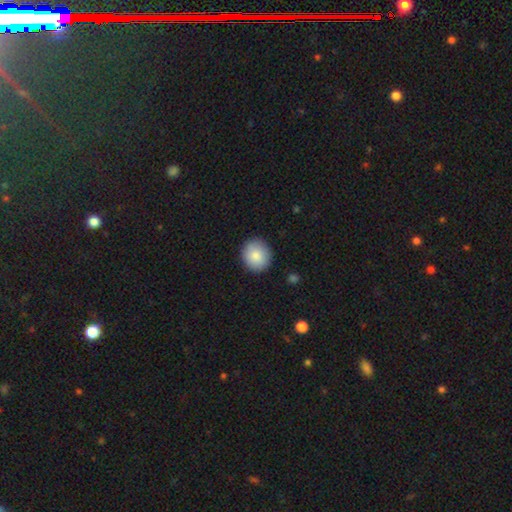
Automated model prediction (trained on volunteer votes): Smooth or featured?
  - smooth: 86% *
  - star or artifact: 7%
  - featured or disk: 7%
How rounded?
  - round: 81% *
  - in between: 18%
  - cigar-shaped: 1%
Merging?
  - none: 90% *
  - minor disturbance: 7%
  - major disturbance: 2%
  - merger: 1%